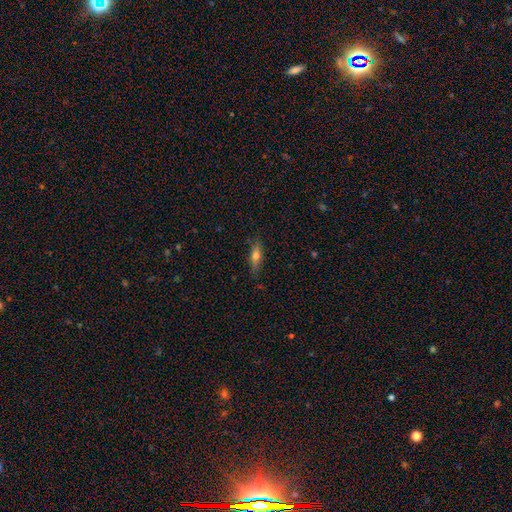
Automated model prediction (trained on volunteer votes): Smooth or featured?
  - smooth: 58% *
  - featured or disk: 34%
  - star or artifact: 8%
How rounded?
  - cigar-shaped: 55% *
  - in between: 42%
  - round: 3%
Merging?
  - none: 80% *
  - minor disturbance: 15%
  - major disturbance: 3%
  - merger: 2%